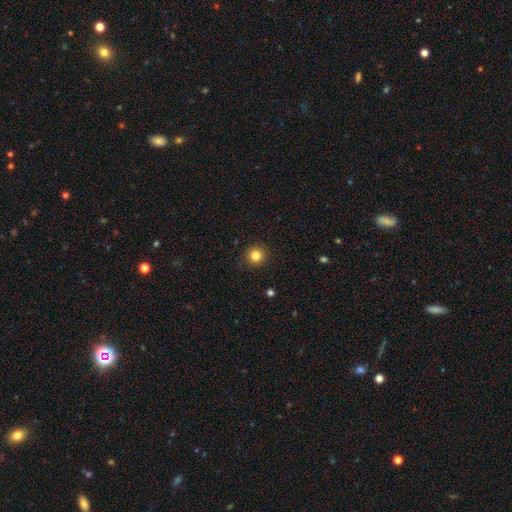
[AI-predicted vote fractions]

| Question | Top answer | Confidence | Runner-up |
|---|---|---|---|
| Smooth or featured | smooth | 83% | star or artifact (12%) |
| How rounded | round | 94% | in between (5%) |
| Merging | none | 92% | minor disturbance (5%) |